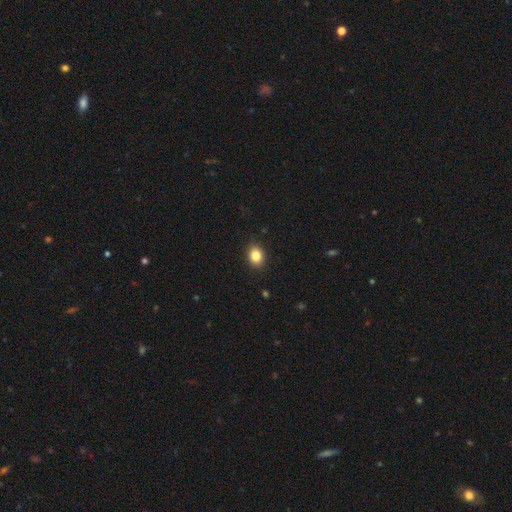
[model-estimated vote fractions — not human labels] Overall: smooth (85%). How rounded: in between (64%; round 35%). Merging: none (88%).